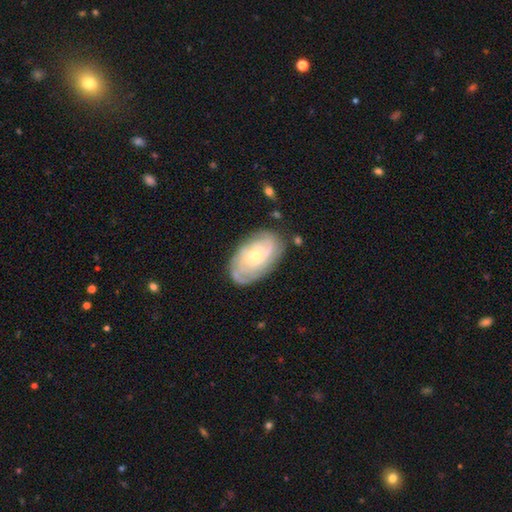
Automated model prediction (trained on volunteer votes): The model was most divided on "bulge size": small: 55%, moderate: 41%, large: 2%, none: 1%, dominant: 1%. Remaining: edge-on disk — no (95%); spiral arms — yes (92%); merging — none (77%); smooth or featured — featured or disk (77%); bar — no (76%); spiral winding — tight (73%); spiral arm count — can't tell (44%).